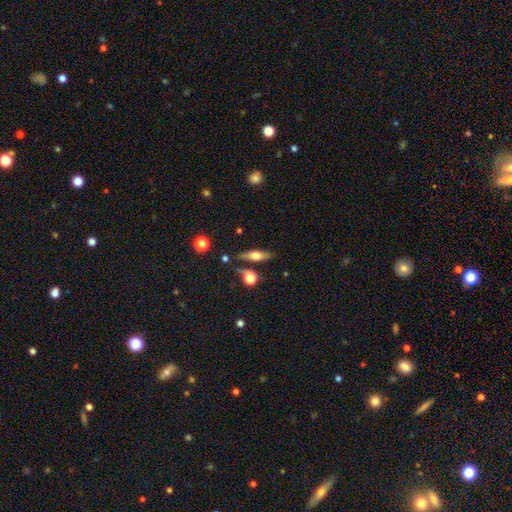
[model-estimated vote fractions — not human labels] Smooth or featured: smooth — 51% (featured or disk — 41%)
How rounded: cigar-shaped — 51% (in between — 43%)
Merging: none — 71% (minor disturbance — 16%)